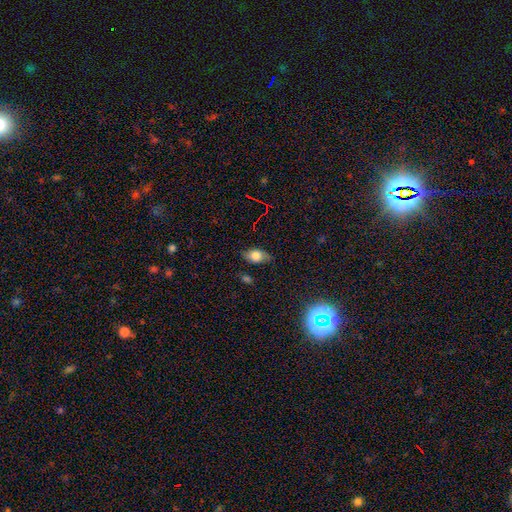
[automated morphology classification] smooth 68%, featured or disk 21%, star or artifact 11%. Down the decision tree: how rounded — in between (86%); merging — none (73%).